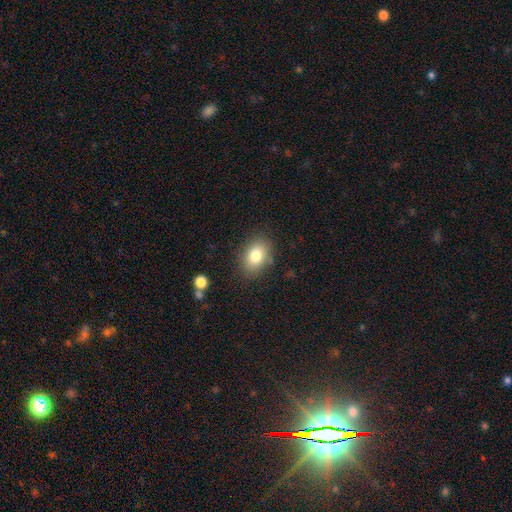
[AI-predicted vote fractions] smooth_or_featured: smooth (p=0.80) [alt: featured or disk p=0.10]
how_rounded: in between (p=0.74) [alt: round p=0.25]
merging: none (p=0.83) [alt: minor disturbance p=0.12]